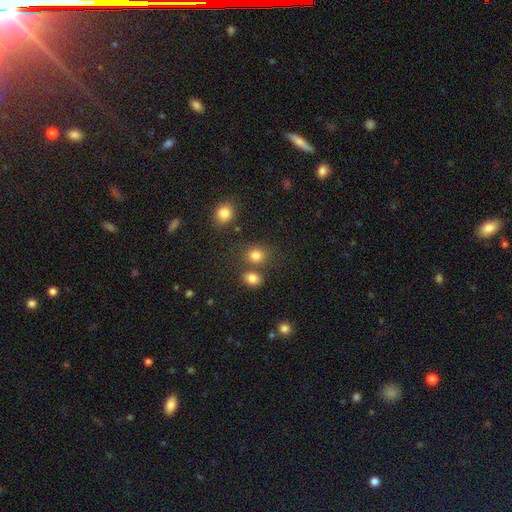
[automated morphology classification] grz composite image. It shows a smooth galaxy with no disk features (81%) that is round (70%). Merging: none (66%).